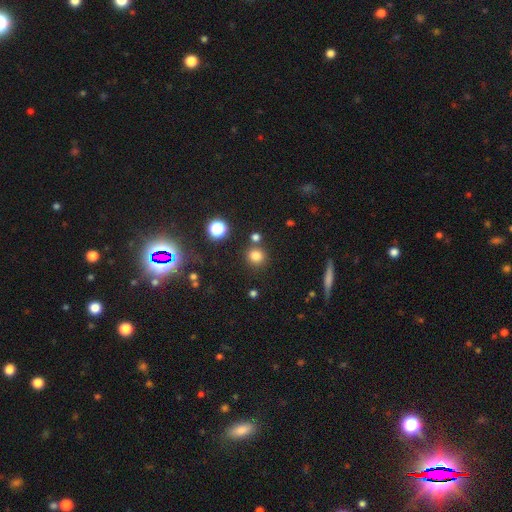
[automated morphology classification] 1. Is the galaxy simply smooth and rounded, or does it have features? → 78% smooth, 16% star or artifact, 6% featured or disk.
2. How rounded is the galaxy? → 91% round, 8% in between, 1% cigar-shaped.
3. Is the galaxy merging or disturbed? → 81% none, 9% merger, 8% minor disturbance, 3% major disturbance.